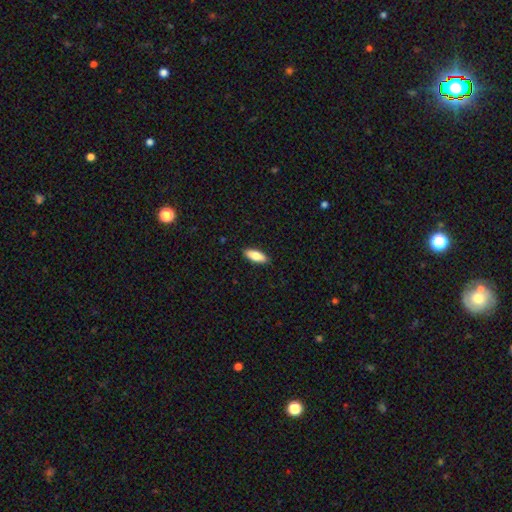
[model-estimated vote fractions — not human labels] A smooth galaxy with no disk features (82%) that is in between round and cigar-shaped (74%).

Vote fractions:
- Smooth or featured? smooth: 82% / featured or disk: 12% / star or artifact: 6%
- How rounded? in between: 74% / cigar-shaped: 25% / round: 2%
- Merging? none: 90% / minor disturbance: 8% / major disturbance: 2% / merger: 1%